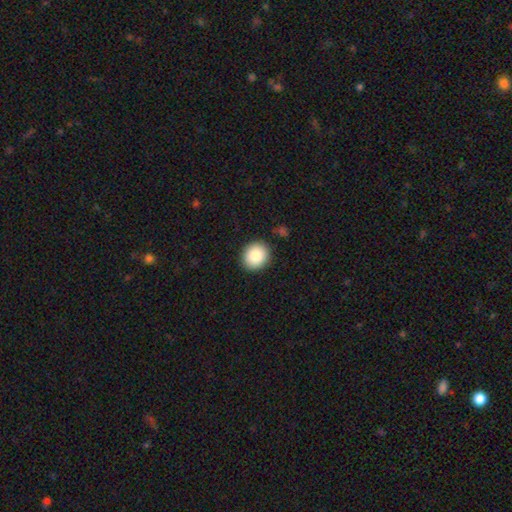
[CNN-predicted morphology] smooth 85%, star or artifact 8%, featured or disk 6%. Down the decision tree: how rounded — round (81%); merging — none (89%).